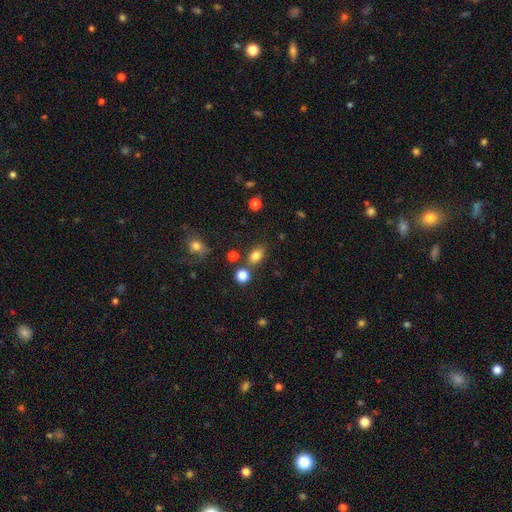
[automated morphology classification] smooth 80%, star or artifact 12%, featured or disk 8%. Down the decision tree: how rounded — in between (76%); merging — none (72%).